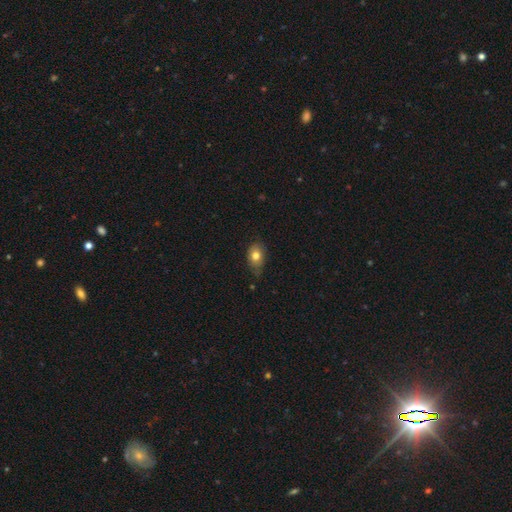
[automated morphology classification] This appears to be a smooth galaxy with no disk features (77%) that is in between round and cigar-shaped (74%). Merging: none (60%).